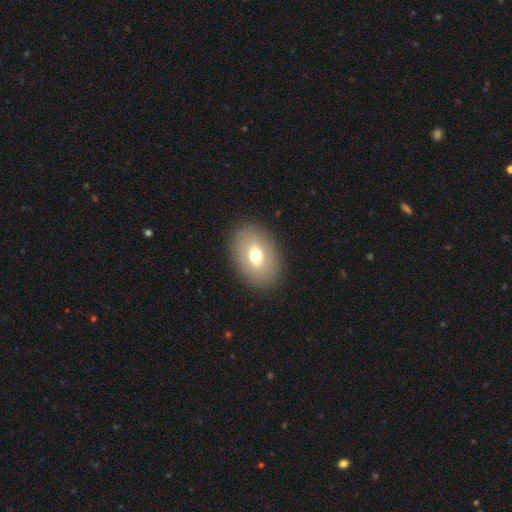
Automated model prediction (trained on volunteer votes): This is likely a smooth galaxy (66%). How rounded: clearly in between (83%). Merging: clearly none (88%).